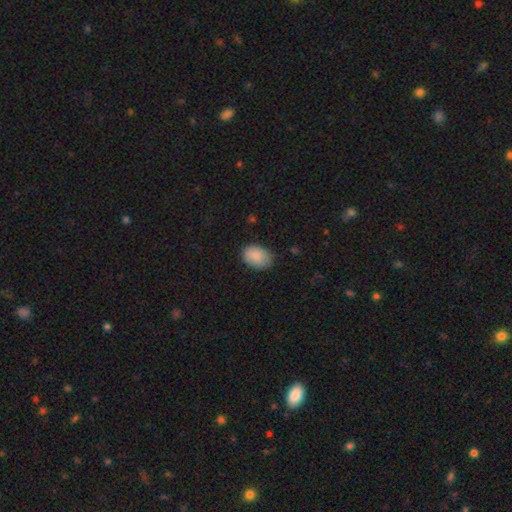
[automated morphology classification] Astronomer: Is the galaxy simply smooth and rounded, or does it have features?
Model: smooth — 88%.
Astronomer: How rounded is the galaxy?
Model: in between — 81%.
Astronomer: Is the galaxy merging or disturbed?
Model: none — 80%.